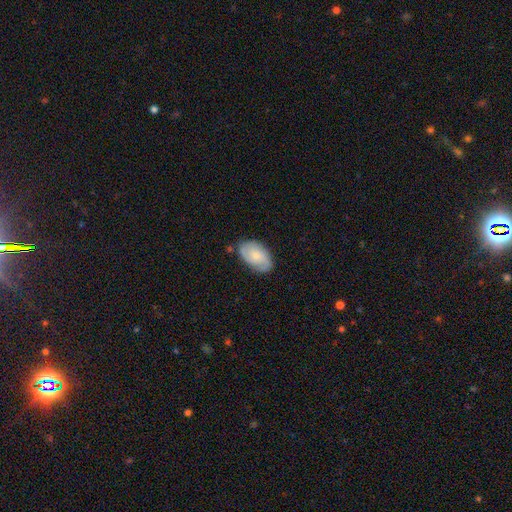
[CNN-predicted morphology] Smooth or featured: smooth — 51% (featured or disk — 42%)
How rounded: in between — 92% (round — 7%)
Merging: none — 71% (minor disturbance — 22%)